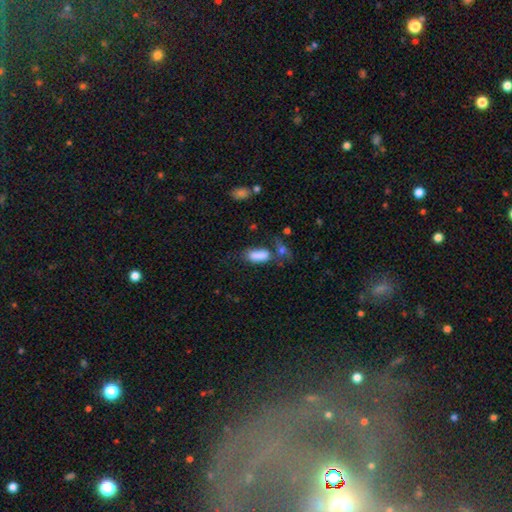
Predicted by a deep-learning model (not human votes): This appears to be a smooth galaxy with no disk features (82%) that is in between round and cigar-shaped (80%). Merging: none (44%).